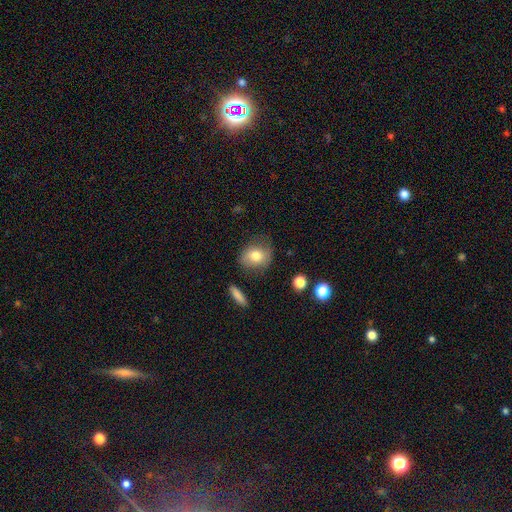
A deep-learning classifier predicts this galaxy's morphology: Smooth or featured: smooth — 75% (featured or disk — 17%)
How rounded: in between — 50% (round — 48%)
Merging: none — 72% (minor disturbance — 20%)